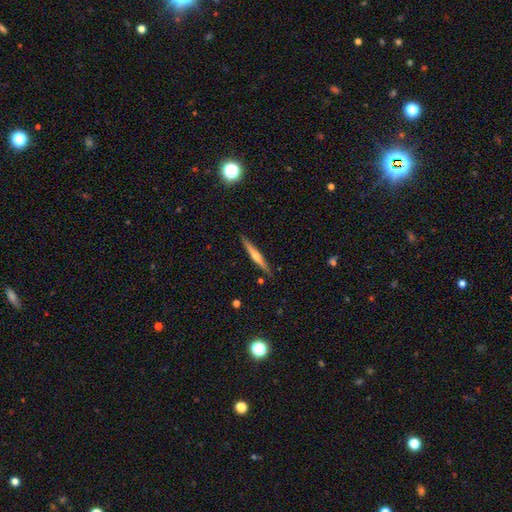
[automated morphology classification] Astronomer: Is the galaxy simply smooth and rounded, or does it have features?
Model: featured or disk — 63%.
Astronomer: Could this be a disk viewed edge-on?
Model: yes — 98%.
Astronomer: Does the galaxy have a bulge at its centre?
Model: rounded — 75%.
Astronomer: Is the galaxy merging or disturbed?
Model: none — 90%.